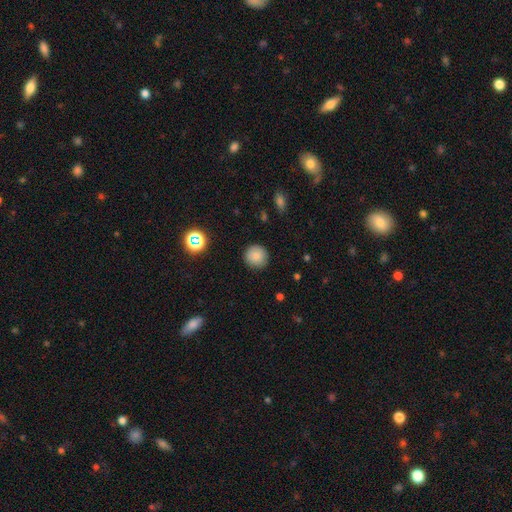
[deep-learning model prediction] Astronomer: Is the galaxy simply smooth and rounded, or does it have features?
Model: smooth — 82%.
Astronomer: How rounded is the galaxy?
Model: round — 94%.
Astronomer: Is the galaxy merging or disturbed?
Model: none — 89%.